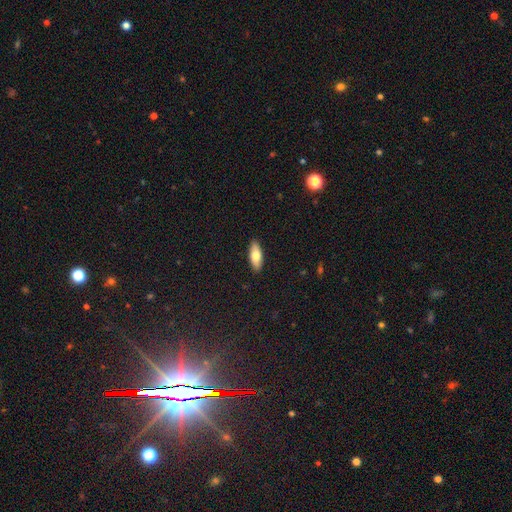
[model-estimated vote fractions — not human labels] Smooth or featured: smooth — 74% (featured or disk — 20%)
How rounded: in between — 76% (cigar-shaped — 22%)
Merging: none — 90% (minor disturbance — 7%)